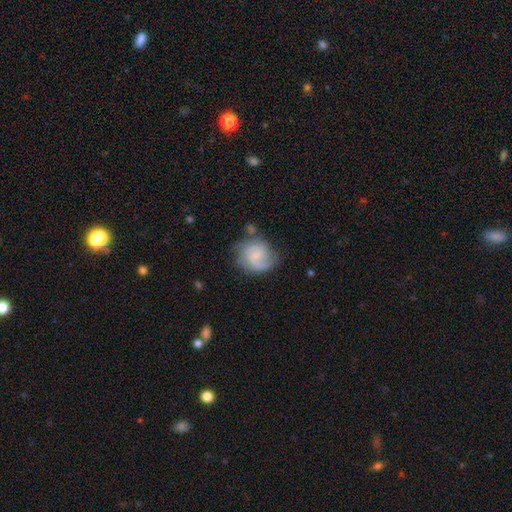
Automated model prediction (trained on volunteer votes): smooth_or_featured: featured or disk (p=0.60) [alt: smooth p=0.33]
disk_edge_on: no (p=0.98) [alt: yes p=0.02]
bar: no (p=0.48) [alt: weak p=0.45]
has_spiral_arms: yes (p=0.91) [alt: no p=0.09]
spiral_winding: medium (p=0.45) [alt: tight p=0.32]
spiral_arm_count: 2 (p=0.54) [alt: can't tell p=0.17]
bulge_size: small (p=0.58) [alt: none p=0.21]
merging: none (p=0.63) [alt: minor disturbance p=0.21]